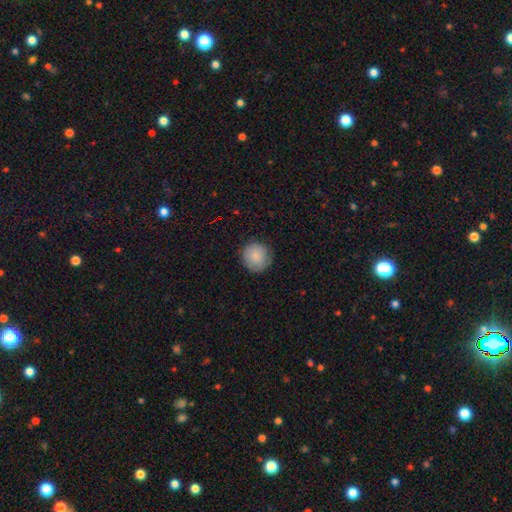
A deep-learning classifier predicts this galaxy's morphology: Smooth or featured? Predicted: smooth (p=0.85). How rounded? Predicted: round (p=0.93). Merging? Predicted: none (p=0.85).